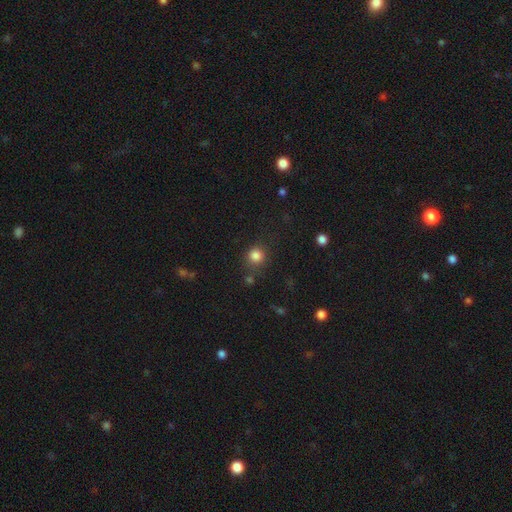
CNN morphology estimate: type=smooth (83%); roundness=round (90%); merging=none (79%).